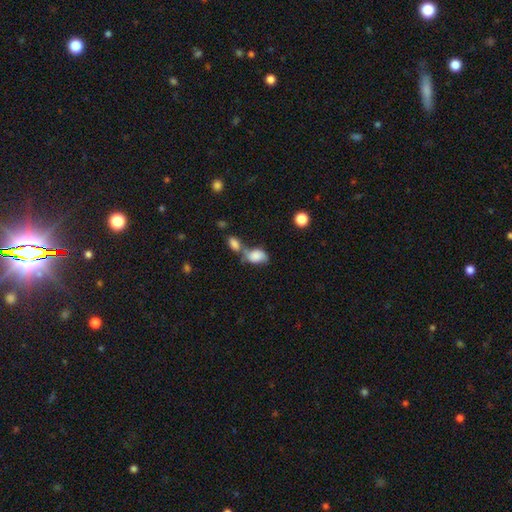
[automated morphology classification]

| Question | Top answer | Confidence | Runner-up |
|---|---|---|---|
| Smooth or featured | smooth | 79% | featured or disk (12%) |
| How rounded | in between | 88% | round (10%) |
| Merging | merger | 53% | none (26%) |